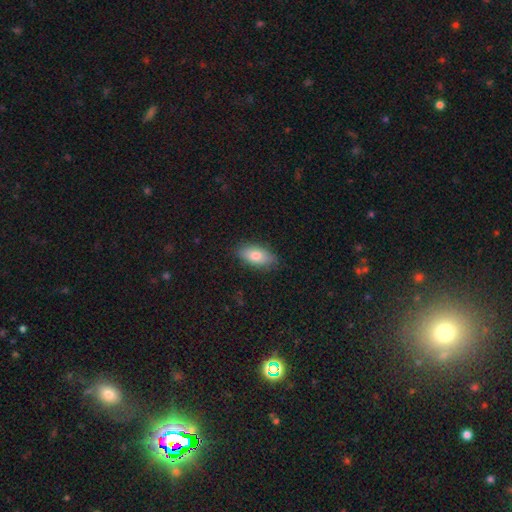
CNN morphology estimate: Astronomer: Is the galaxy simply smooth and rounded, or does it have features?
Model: smooth — 79%.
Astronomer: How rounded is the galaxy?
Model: in between — 90%.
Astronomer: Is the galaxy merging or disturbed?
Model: none — 83%.